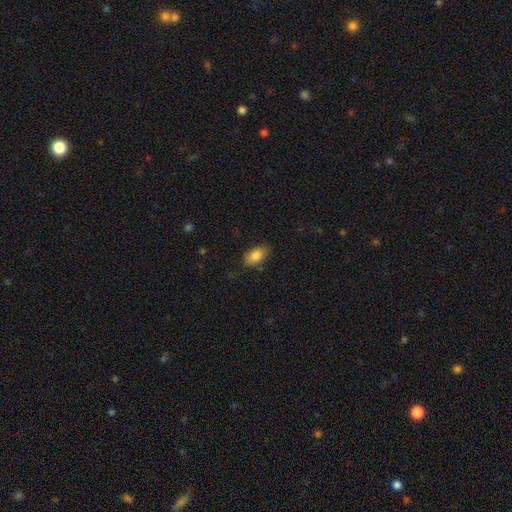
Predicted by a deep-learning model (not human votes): smooth 84%, featured or disk 8%, star or artifact 7%. Down the decision tree: how rounded — in between (92%); merging — none (82%).